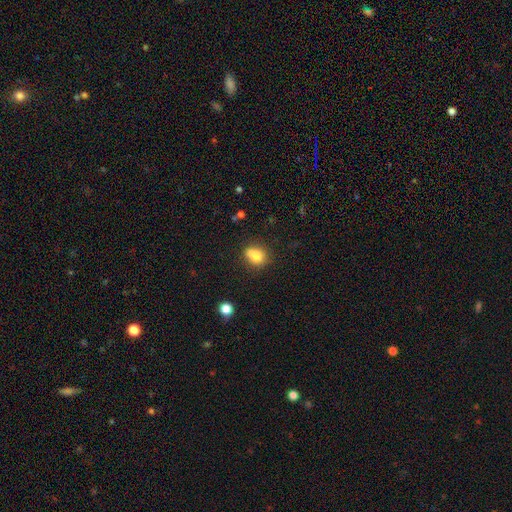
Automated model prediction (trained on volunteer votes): Smooth or featured: smooth — 74% (featured or disk — 14%)
How rounded: round — 69% (in between — 30%)
Merging: none — 48% (merger — 32%)